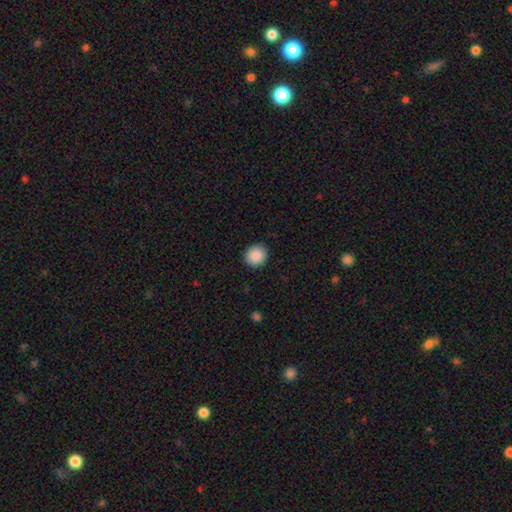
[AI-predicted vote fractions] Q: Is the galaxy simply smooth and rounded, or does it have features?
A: smooth — 89%.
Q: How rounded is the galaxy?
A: round — 82%.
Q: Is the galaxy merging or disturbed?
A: none — 91%.